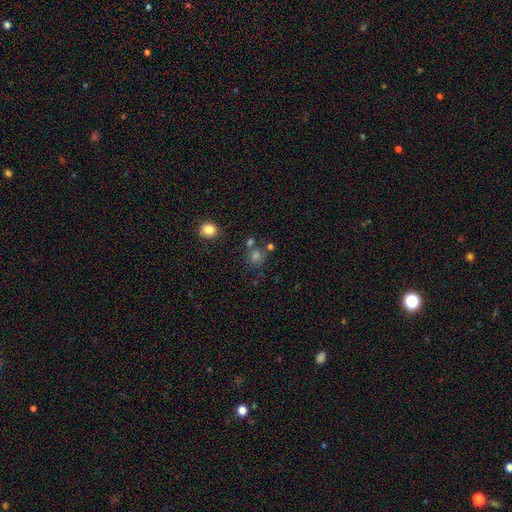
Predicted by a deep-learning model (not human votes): Smooth or featured? Predicted: smooth (p=0.64). How rounded? Predicted: round (p=0.85). Merging? Predicted: none (p=0.65).